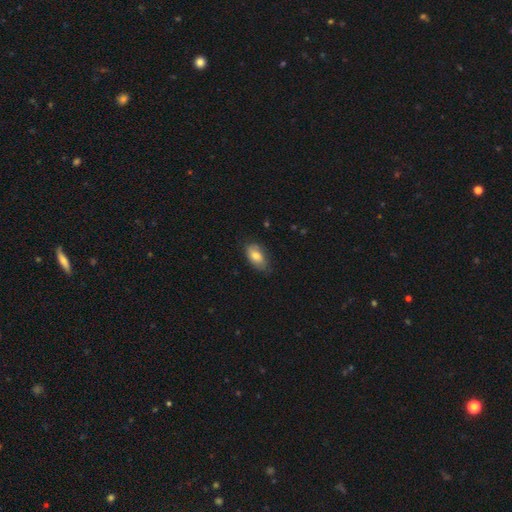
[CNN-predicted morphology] Smooth or featured? Predicted: smooth (p=0.74). How rounded? Predicted: in between (p=0.91). Merging? Predicted: none (p=0.72).